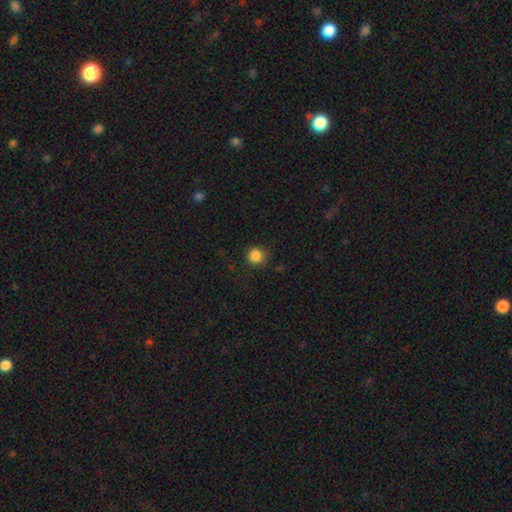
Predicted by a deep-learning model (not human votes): Q: Smooth or featured?
A: smooth (86%); runner-up: star or artifact (11%)
Q: How rounded?
A: round (94%); runner-up: in between (5%)
Q: Merging?
A: none (87%); runner-up: minor disturbance (9%)